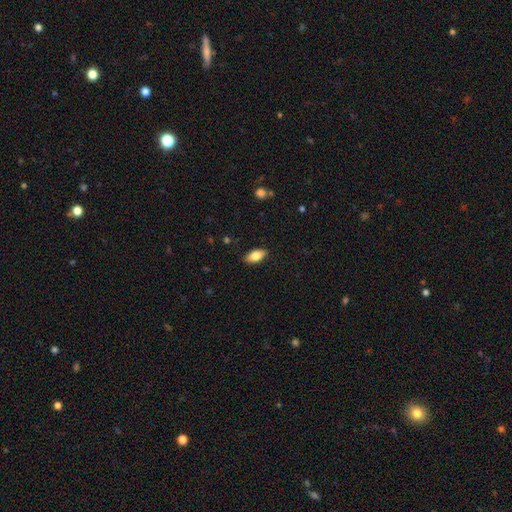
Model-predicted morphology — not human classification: Q: Smooth or featured?
A: smooth (77%); runner-up: featured or disk (16%)
Q: How rounded?
A: in between (88%); runner-up: cigar-shaped (9%)
Q: Merging?
A: none (88%); runner-up: minor disturbance (9%)